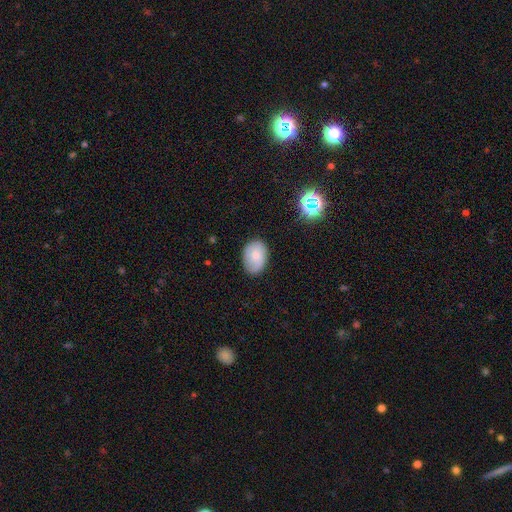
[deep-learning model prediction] Smooth or featured? Predicted: smooth (p=0.73). How rounded? Predicted: in between (p=0.79). Merging? Predicted: none (p=0.78).